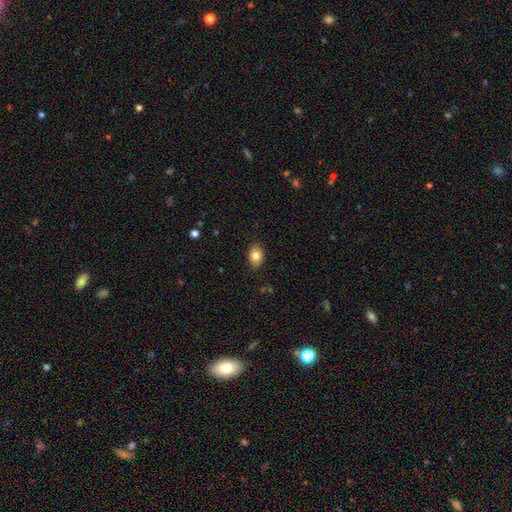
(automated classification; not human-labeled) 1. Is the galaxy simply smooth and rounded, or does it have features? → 83% smooth, 9% featured or disk, 8% star or artifact.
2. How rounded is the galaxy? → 81% in between, 18% round, 1% cigar-shaped.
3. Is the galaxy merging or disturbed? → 87% none, 10% minor disturbance, 2% major disturbance, 1% merger.